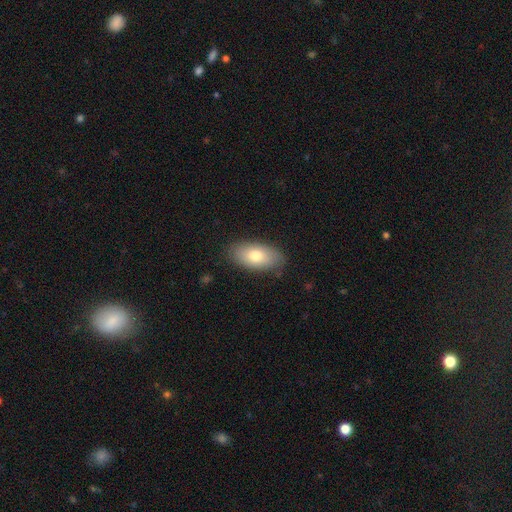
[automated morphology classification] Smooth or featured?
  - smooth: 75% *
  - featured or disk: 18%
  - star or artifact: 7%
How rounded?
  - in between: 93% *
  - round: 4%
  - cigar-shaped: 4%
Merging?
  - none: 83% *
  - minor disturbance: 13%
  - major disturbance: 3%
  - merger: 1%